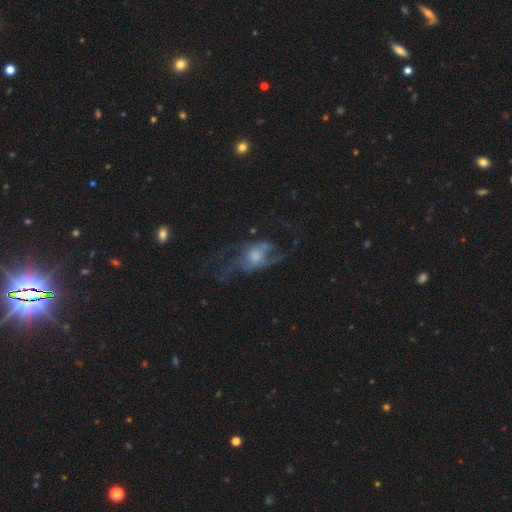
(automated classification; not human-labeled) A featured or disk galaxy (69%) with no bar (72%), spiral arms (70%) and a moderate central bulge (49%). Merging: major disturbance (43%).